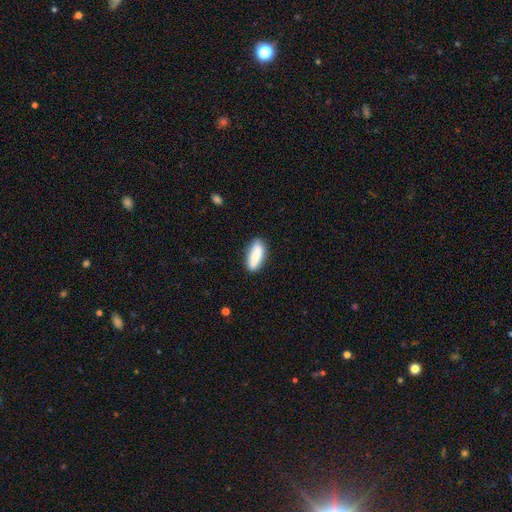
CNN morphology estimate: The model was most divided on "how rounded": in between: 63%, cigar-shaped: 35%, round: 2%. More confident: merging — none (84%); smooth or featured — smooth (81%).